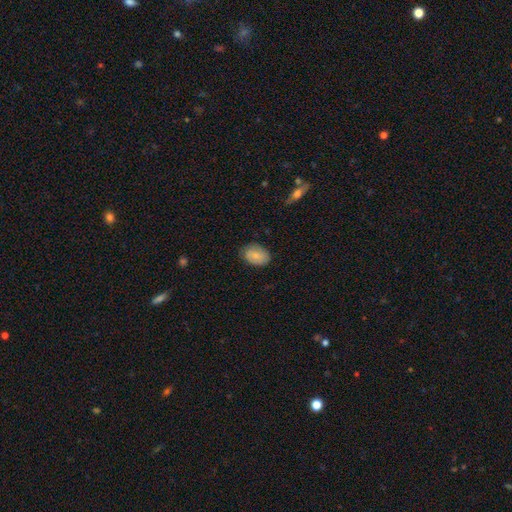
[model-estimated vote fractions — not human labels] Smooth or featured: smooth — 77% (featured or disk — 16%)
How rounded: in between — 77% (round — 22%)
Merging: none — 78% (minor disturbance — 17%)